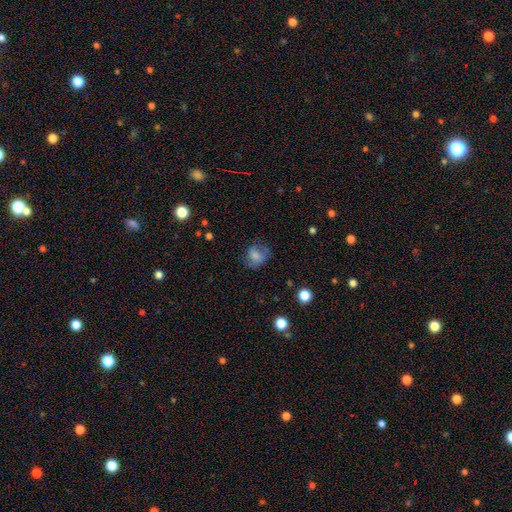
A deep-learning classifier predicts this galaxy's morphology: A smooth galaxy with no disk features (68%) that is round (53%). Merging: none (51%).